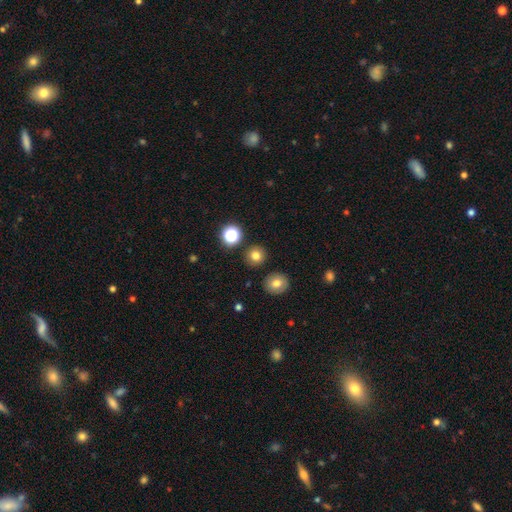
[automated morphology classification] A smooth galaxy with no disk features (77%) that is round (90%). Merging: none (87%).